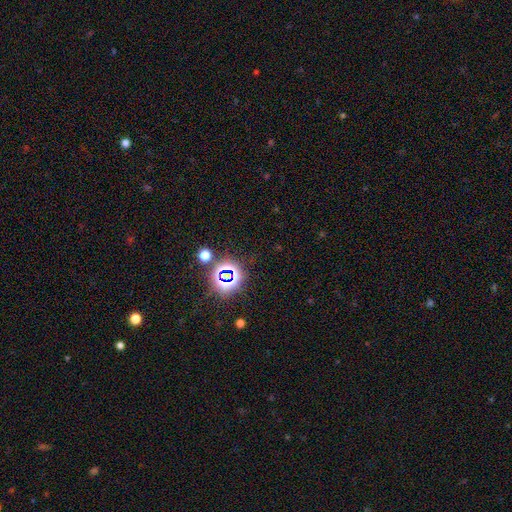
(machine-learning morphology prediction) Smooth or featured: star or artifact — 70% (smooth — 22%)